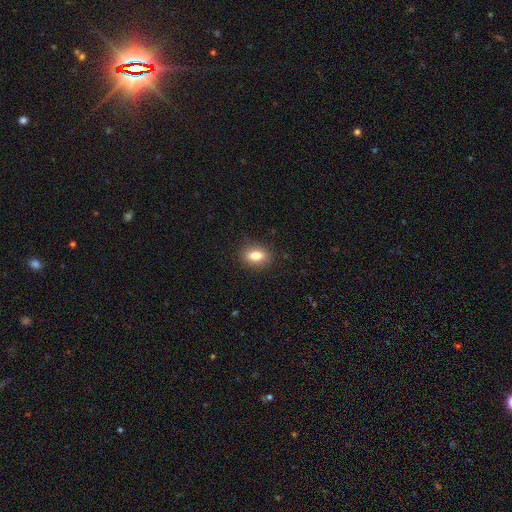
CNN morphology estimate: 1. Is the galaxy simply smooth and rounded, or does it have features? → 82% smooth, 9% featured or disk, 9% star or artifact.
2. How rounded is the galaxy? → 81% in between, 15% round, 4% cigar-shaped.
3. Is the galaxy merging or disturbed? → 85% none, 11% minor disturbance, 3% major disturbance, 1% merger.